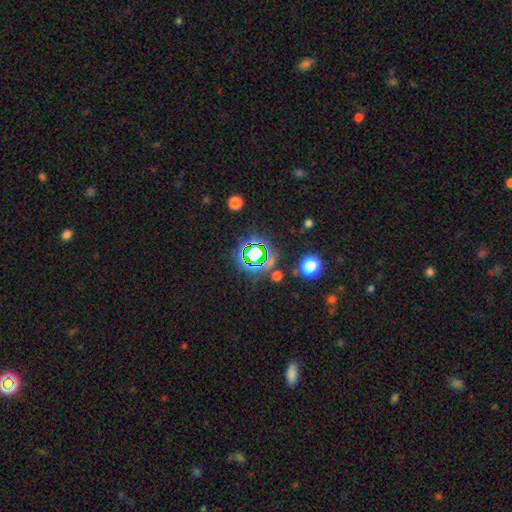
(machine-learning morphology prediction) Smooth or featured: star or artifact — 74% (smooth — 17%)